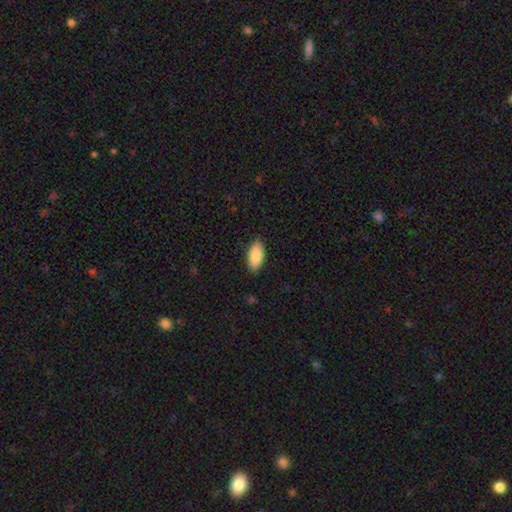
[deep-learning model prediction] Smooth or featured?
  - smooth: 89% *
  - star or artifact: 6%
  - featured or disk: 5%
How rounded?
  - in between: 90% *
  - cigar-shaped: 8%
  - round: 2%
Merging?
  - none: 88% *
  - minor disturbance: 9%
  - major disturbance: 2%
  - merger: 1%